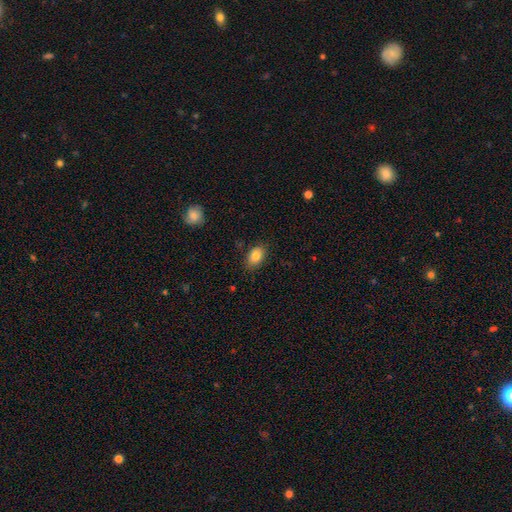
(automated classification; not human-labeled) Overall: smooth (85%). How rounded: in between (86%). Merging: none (84%).